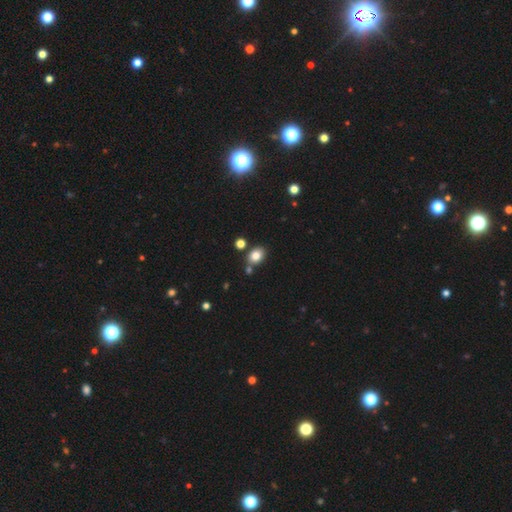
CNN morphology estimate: smooth-or-featured: smooth: 82% | star or artifact: 11% | featured or disk: 8%
  how-rounded: in between: 64% | round: 35% | cigar-shaped: 1%
  merging: none: 73% | minor disturbance: 12% | merger: 12% | major disturbance: 3%